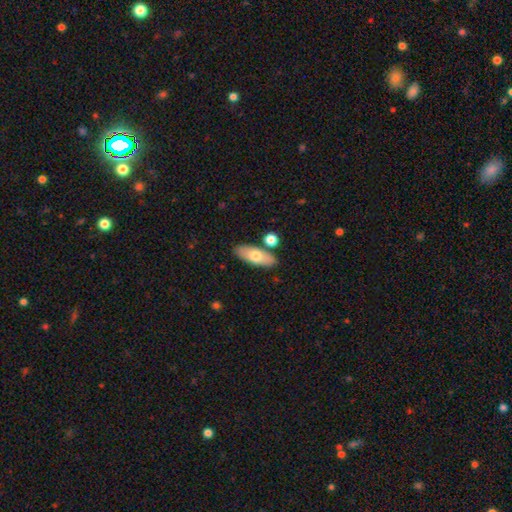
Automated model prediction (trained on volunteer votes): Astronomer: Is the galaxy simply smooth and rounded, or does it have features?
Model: smooth — 69%.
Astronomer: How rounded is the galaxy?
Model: in between — 75%.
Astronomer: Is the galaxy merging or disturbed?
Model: none — 79%.